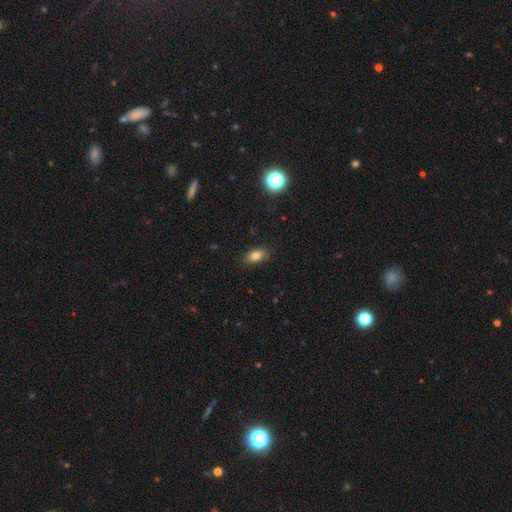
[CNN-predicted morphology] Smooth or featured? smooth (80%)
How rounded? in between (87%)
Merging? none (86%)